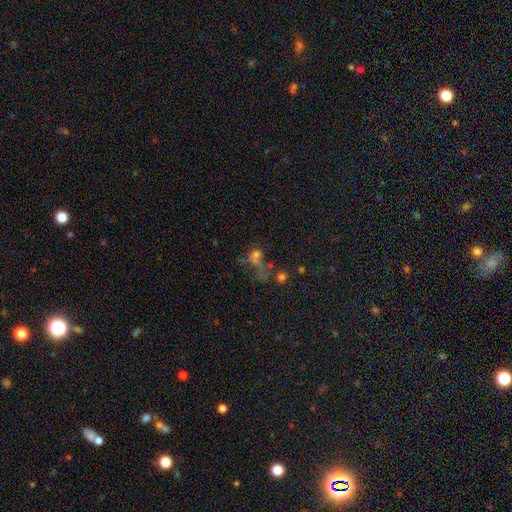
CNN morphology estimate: type=smooth (46%); merging=merger (34%).